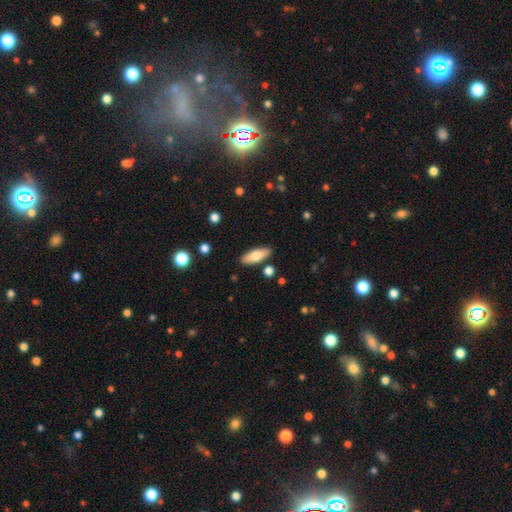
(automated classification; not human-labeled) Q: Smooth or featured?
A: smooth (76%); runner-up: featured or disk (17%)
Q: How rounded?
A: in between (66%); runner-up: cigar-shaped (32%)
Q: Merging?
A: none (86%); runner-up: minor disturbance (9%)